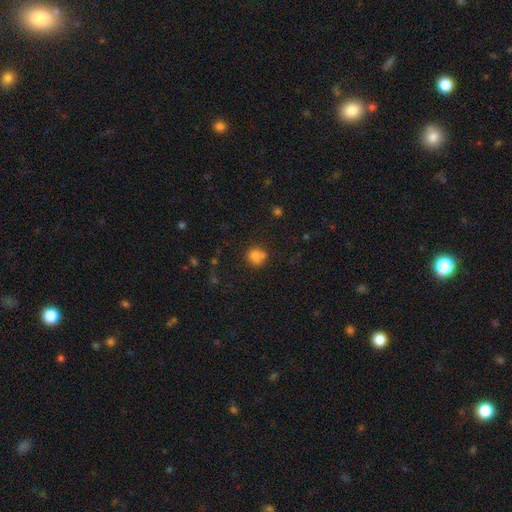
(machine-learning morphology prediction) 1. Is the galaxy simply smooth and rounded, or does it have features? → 76% smooth, 13% star or artifact, 11% featured or disk.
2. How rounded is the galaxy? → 78% round, 21% in between, 1% cigar-shaped.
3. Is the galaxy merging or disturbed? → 53% none, 21% merger, 19% minor disturbance, 7% major disturbance.